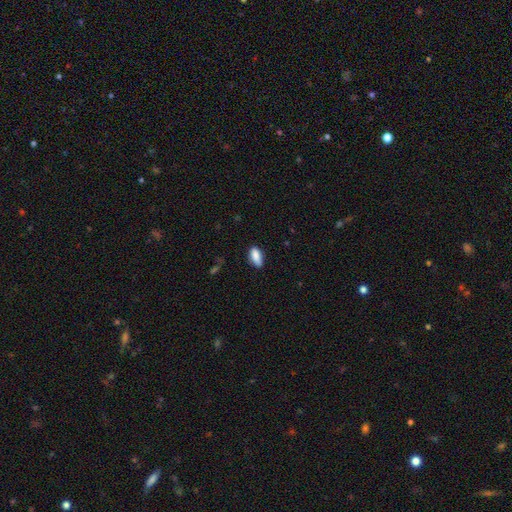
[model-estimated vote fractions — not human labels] smooth-or-featured: smooth: 86% | star or artifact: 7% | featured or disk: 7%
  how-rounded: in between: 84% | cigar-shaped: 13% | round: 3%
  merging: none: 73% | minor disturbance: 22% | major disturbance: 4% | merger: 2%